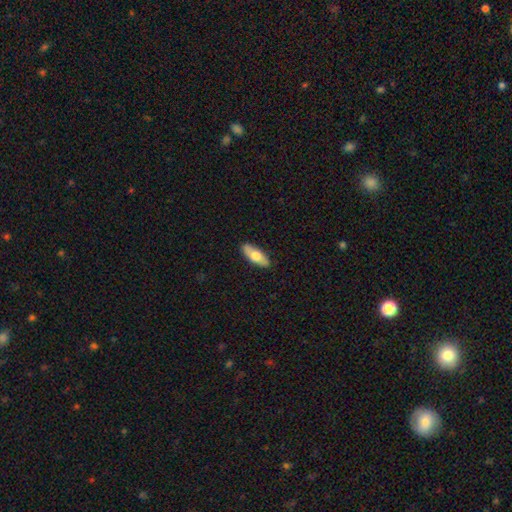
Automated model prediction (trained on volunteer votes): Smooth or featured? smooth (65%)
How rounded? in between (73%)
Merging? none (87%)